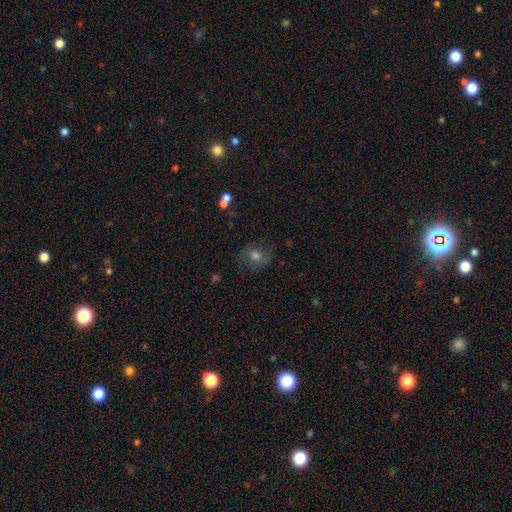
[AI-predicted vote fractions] This appears to be a smooth galaxy with no disk features (45%). Merging: none (72%).